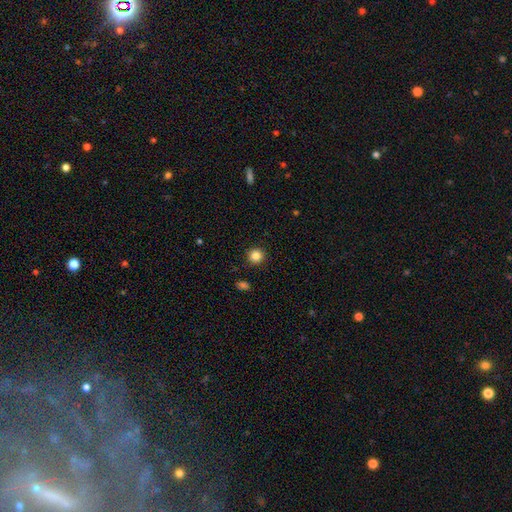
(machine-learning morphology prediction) smooth_or_featured: smooth (p=0.85) [alt: star or artifact p=0.11]
how_rounded: round (p=0.93) [alt: in between p=0.06]
merging: none (p=0.91) [alt: minor disturbance p=0.05]